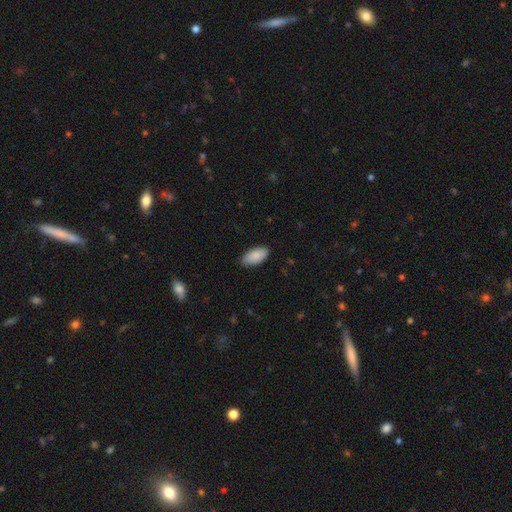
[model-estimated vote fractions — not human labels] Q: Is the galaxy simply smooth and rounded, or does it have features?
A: smooth — 89%.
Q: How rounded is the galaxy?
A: in between — 94%.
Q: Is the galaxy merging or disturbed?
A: none — 84%.